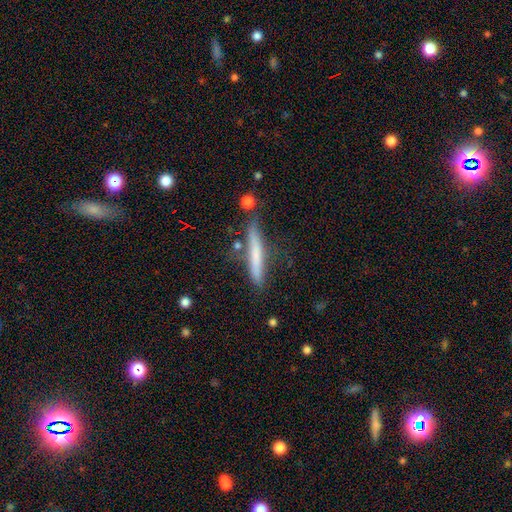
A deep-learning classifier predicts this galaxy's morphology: smooth-or-featured: smooth: 57% | featured or disk: 36% | star or artifact: 7%
  how-rounded: cigar-shaped: 94% | in between: 4% | round: 1%
  merging: none: 73% | minor disturbance: 18% | merger: 5% | major disturbance: 4%